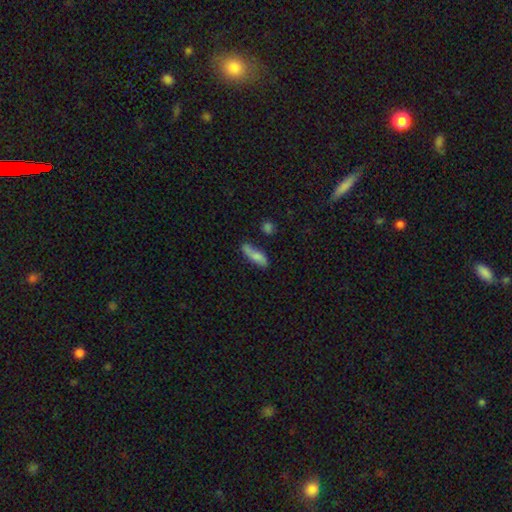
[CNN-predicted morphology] Q: Smooth or featured?
A: smooth (73%); runner-up: featured or disk (20%)
Q: How rounded?
A: cigar-shaped (50%); runner-up: in between (47%)
Q: Merging?
A: none (61%); runner-up: minor disturbance (24%)